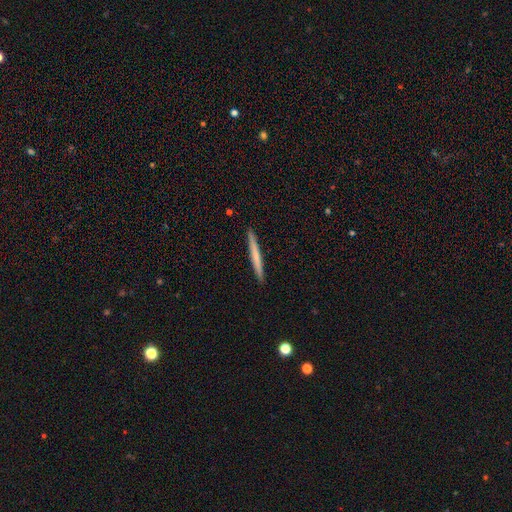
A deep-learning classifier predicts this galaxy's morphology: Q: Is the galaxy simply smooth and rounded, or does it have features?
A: smooth — 62%.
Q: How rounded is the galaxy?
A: cigar-shaped — 97%.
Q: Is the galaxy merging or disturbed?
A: none — 93%.